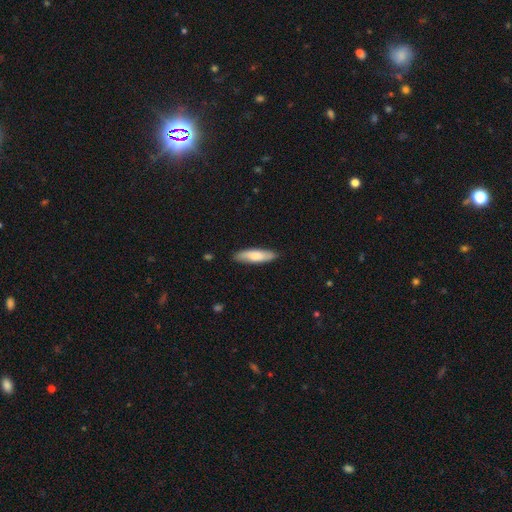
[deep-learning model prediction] smooth-or-featured: smooth: 76% | featured or disk: 19% | star or artifact: 5%
  how-rounded: cigar-shaped: 61% | in between: 37% | round: 2%
  merging: none: 87% | minor disturbance: 10% | major disturbance: 2% | merger: 1%